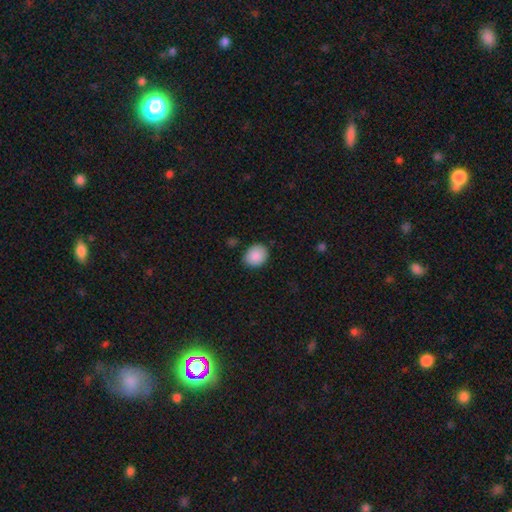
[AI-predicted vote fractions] The model was most divided on "how rounded": round: 53%, in between: 46%, cigar-shaped: 1%. More confident: smooth or featured — smooth (89%); merging — none (82%).